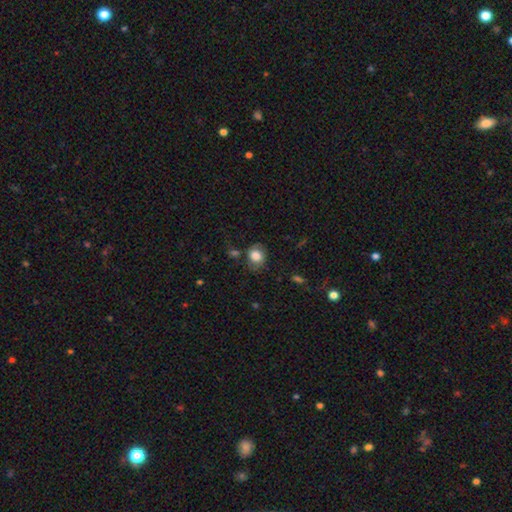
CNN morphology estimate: The model was most divided on "how rounded": round: 59%, in between: 40%, cigar-shaped: 1%. More confident: smooth or featured — smooth (80%); merging — none (69%).